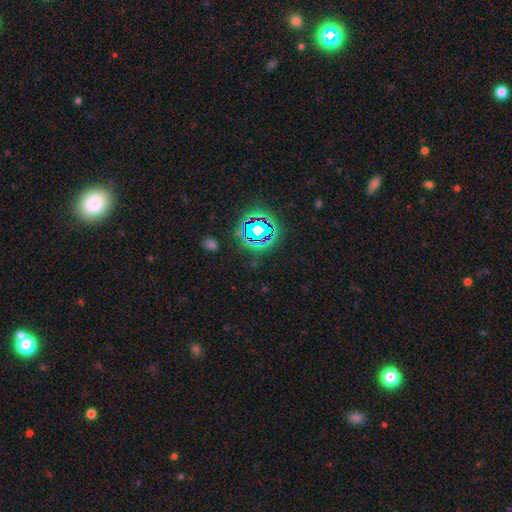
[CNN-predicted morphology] The model was most divided on "smooth or featured": star or artifact: 77%, smooth: 14%, featured or disk: 9%.